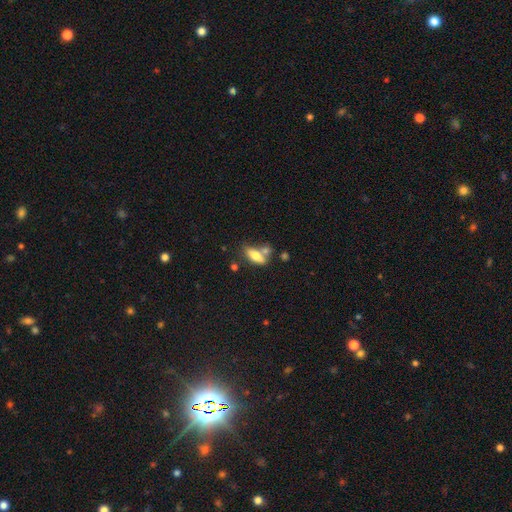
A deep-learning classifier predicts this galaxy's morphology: This appears to be a smooth galaxy with no disk features (70%) that is in between round and cigar-shaped (73%). Merging: none (49%).